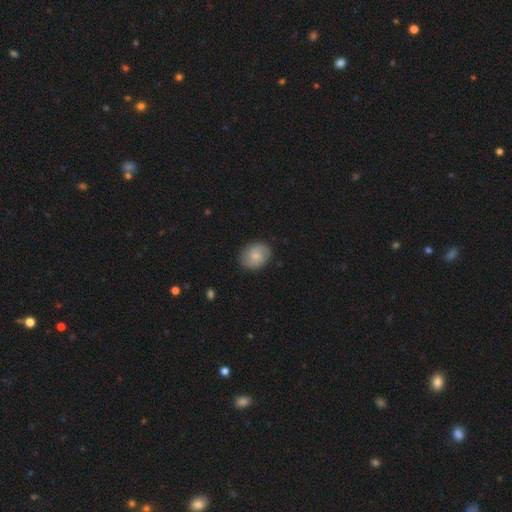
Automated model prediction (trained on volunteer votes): Q: Smooth or featured?
A: smooth (62%); runner-up: featured or disk (31%)
Q: How rounded?
A: in between (54%); runner-up: round (45%)
Q: Merging?
A: none (85%); runner-up: minor disturbance (11%)